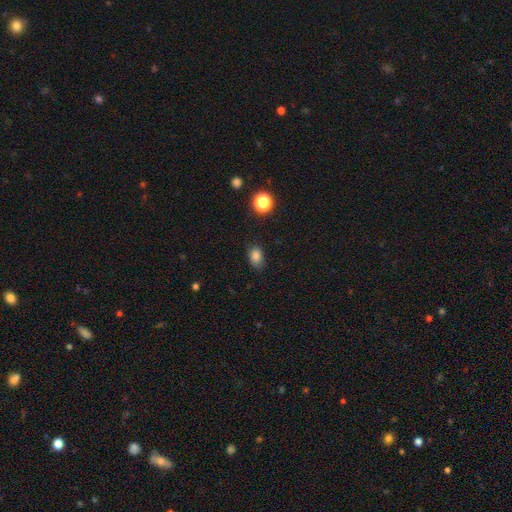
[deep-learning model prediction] Smooth or featured? smooth (83%)
How rounded? in between (77%)
Merging? none (77%)